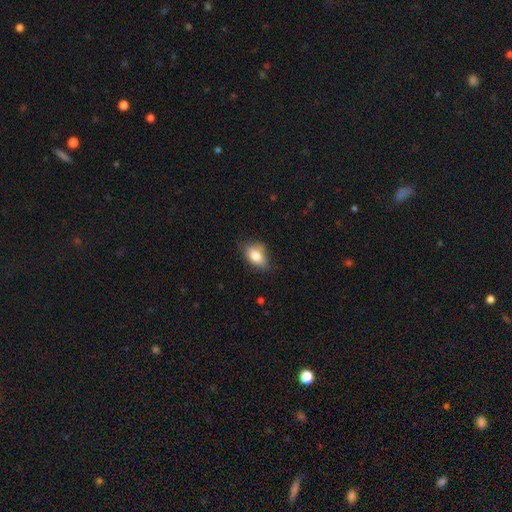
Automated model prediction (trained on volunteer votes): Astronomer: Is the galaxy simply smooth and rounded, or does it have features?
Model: smooth — 81%.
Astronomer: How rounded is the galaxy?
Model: in between — 87%.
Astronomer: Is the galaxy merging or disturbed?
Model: none — 69%.